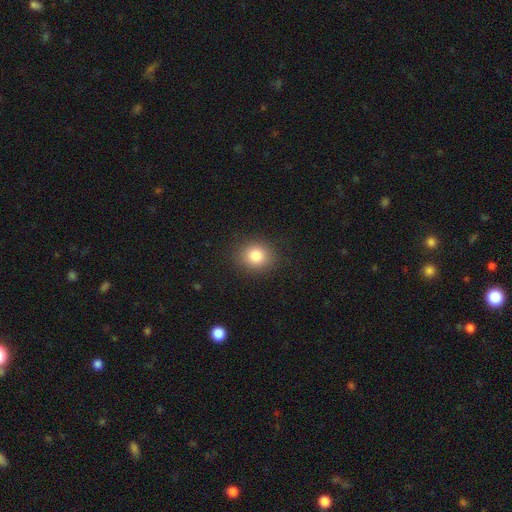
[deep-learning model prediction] Q: Smooth or featured?
A: smooth (83%); runner-up: star or artifact (11%)
Q: How rounded?
A: round (76%); runner-up: in between (23%)
Q: Merging?
A: none (89%); runner-up: minor disturbance (7%)